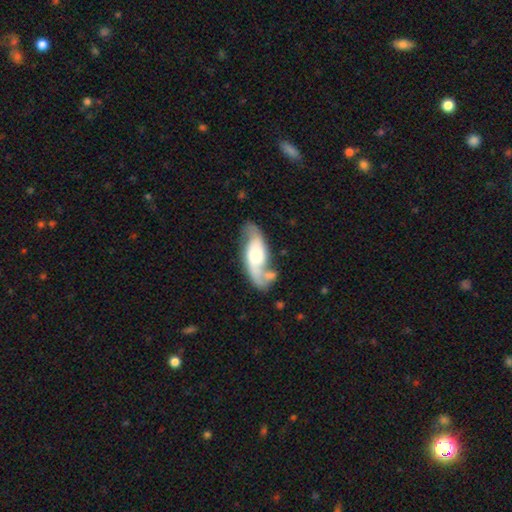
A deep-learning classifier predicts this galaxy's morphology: type=featured or disk (71%); edge-on=no (87%); bar=no (56%); spiral arms=yes (89%); winding=loose (51%); arm count=2 (84%); bulge=moderate (44%); merging=none (49%).